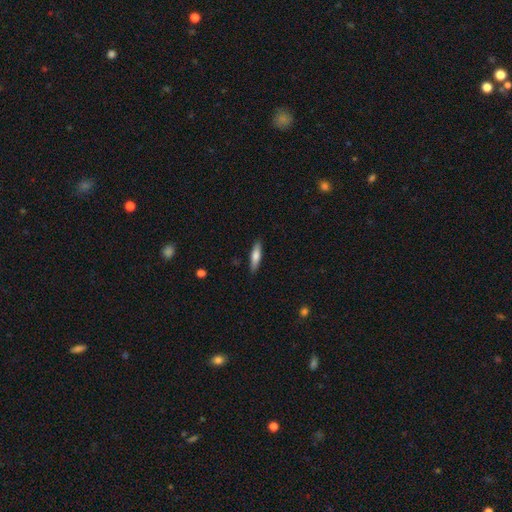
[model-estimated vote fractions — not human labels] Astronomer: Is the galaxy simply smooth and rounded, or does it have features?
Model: smooth — 71%.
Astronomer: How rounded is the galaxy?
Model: cigar-shaped — 73%.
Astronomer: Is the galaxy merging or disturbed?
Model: none — 88%.